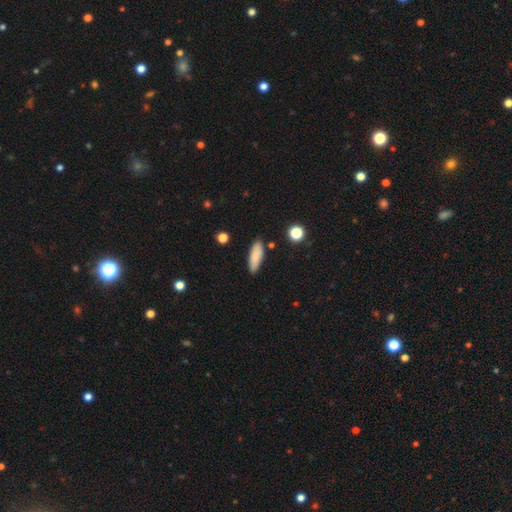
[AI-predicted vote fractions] A smooth galaxy with no disk features (82%) that is in between round and cigar-shaped (60%). Merging: none (83%).